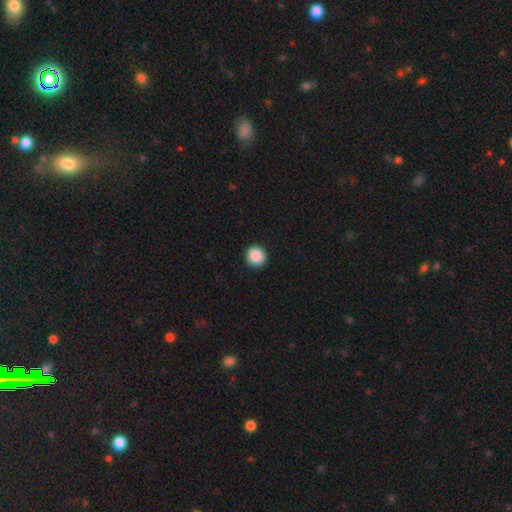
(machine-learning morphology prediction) This appears to be a smooth galaxy with no disk features (89%) that is round (92%). Merging: none (92%).